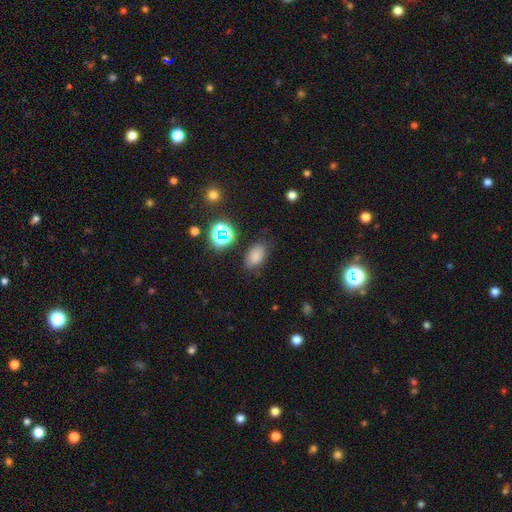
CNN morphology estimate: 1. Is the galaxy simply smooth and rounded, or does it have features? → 76% smooth, 17% star or artifact, 7% featured or disk.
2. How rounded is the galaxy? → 88% in between, 10% round, 2% cigar-shaped.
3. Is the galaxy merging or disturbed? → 76% none, 16% minor disturbance, 5% major disturbance, 3% merger.